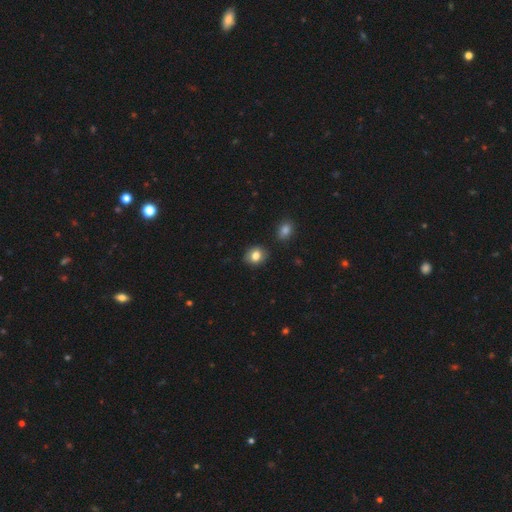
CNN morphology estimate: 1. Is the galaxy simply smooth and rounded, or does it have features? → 81% smooth, 10% featured or disk, 9% star or artifact.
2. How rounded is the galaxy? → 61% round, 38% in between, 1% cigar-shaped.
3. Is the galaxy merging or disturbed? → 84% none, 10% minor disturbance, 3% merger, 2% major disturbance.